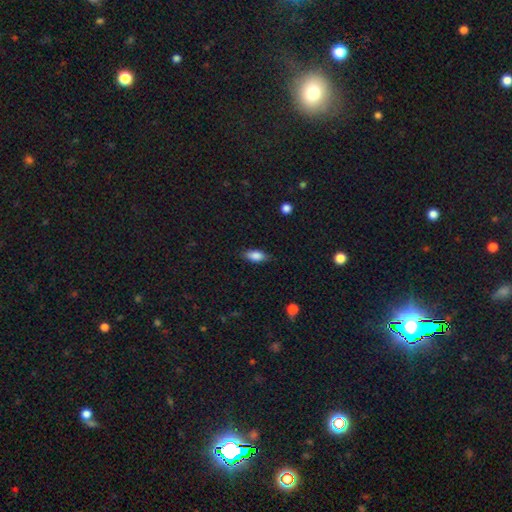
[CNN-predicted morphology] The model was most divided on "merging": none: 80%, minor disturbance: 15%, major disturbance: 3%, merger: 1%. More confident: how rounded — in between (85%); smooth or featured — smooth (84%).